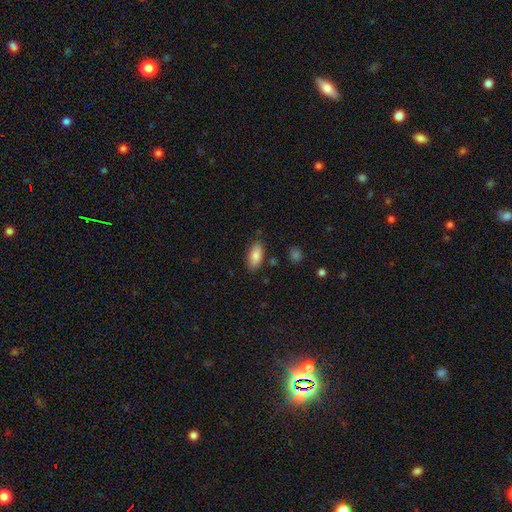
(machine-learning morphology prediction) Q: Smooth or featured?
A: smooth (84%); runner-up: featured or disk (9%)
Q: How rounded?
A: in between (88%); runner-up: cigar-shaped (9%)
Q: Merging?
A: none (83%); runner-up: minor disturbance (12%)